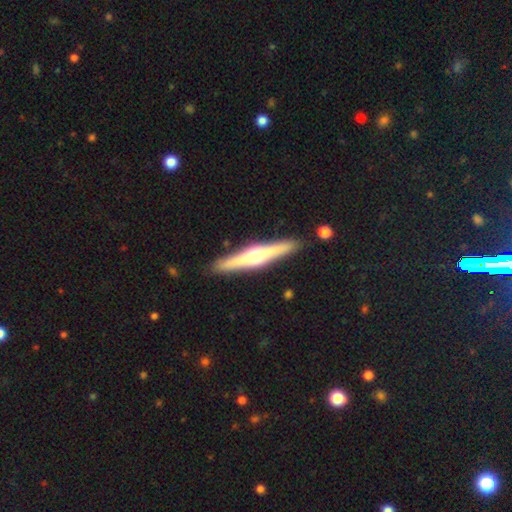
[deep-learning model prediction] The model was most divided on "smooth or featured": featured or disk: 70%, smooth: 25%, star or artifact: 5%. More confident: edge-on disk — yes (97%); edge-on bulge — rounded (93%); merging — none (90%).